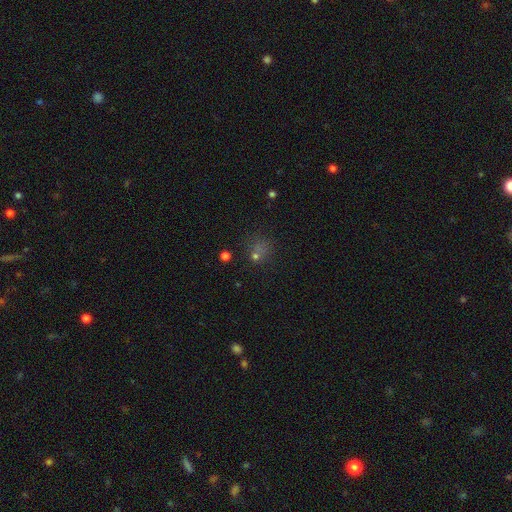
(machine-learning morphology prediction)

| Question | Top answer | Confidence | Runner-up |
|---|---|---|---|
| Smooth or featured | smooth | 50% | star or artifact (38%) |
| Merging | none | 62% | minor disturbance (16%) |